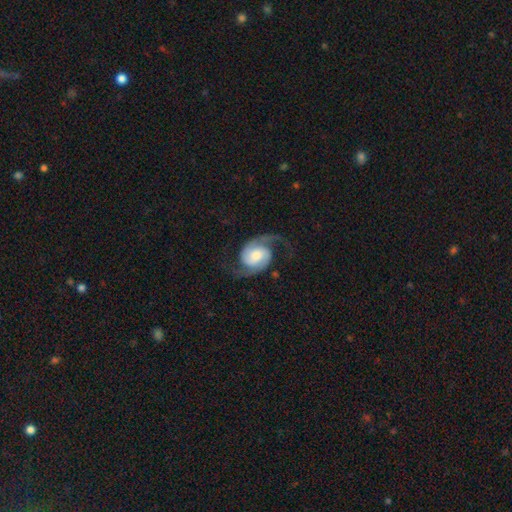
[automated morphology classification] smooth-or-featured: featured or disk: 89% | smooth: 6% | star or artifact: 5%
  disk-edge-on: no: 98% | yes: 2%
    bar: no: 61% | weak: 30% | strong: 9%
    has-spiral-arms: yes: 98% | no: 2%
      spiral-winding: medium: 46% | loose: 38% | tight: 16%
      spiral-arm-count: 2: 94% | 1: 1% | can't tell: 1% | 3: 1% | 4: 1% | more than 4: 1%
    bulge-size: moderate: 37% | large: 26% | small: 22% | none: 9% | dominant: 6%
  merging: none: 74% | minor disturbance: 14% | major disturbance: 10% | merger: 1%